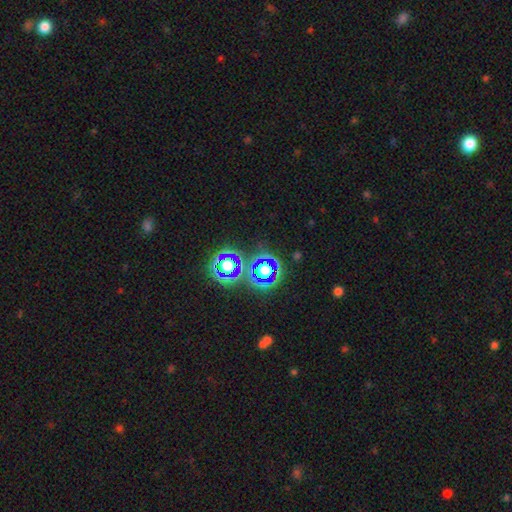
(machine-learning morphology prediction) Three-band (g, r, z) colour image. It shows a star or artifact, not a galaxy (73%).